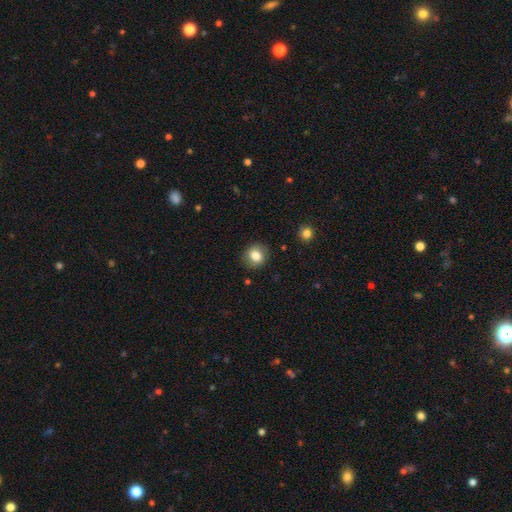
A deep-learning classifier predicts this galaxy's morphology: A smooth galaxy with no disk features (81%) that is round (80%). Merging: none (87%).